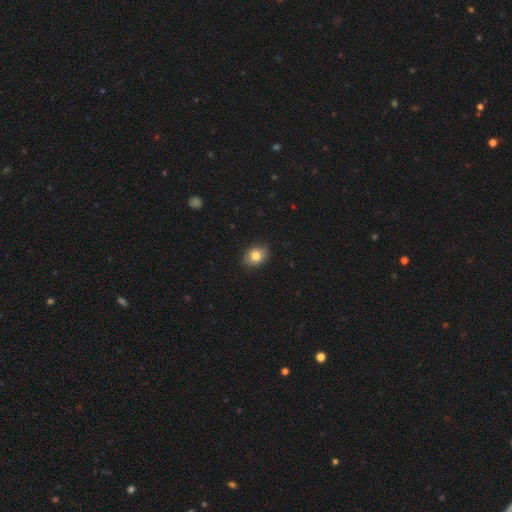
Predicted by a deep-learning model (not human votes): Smooth or featured? smooth (81%)
How rounded? in between (70%)
Merging? none (88%)